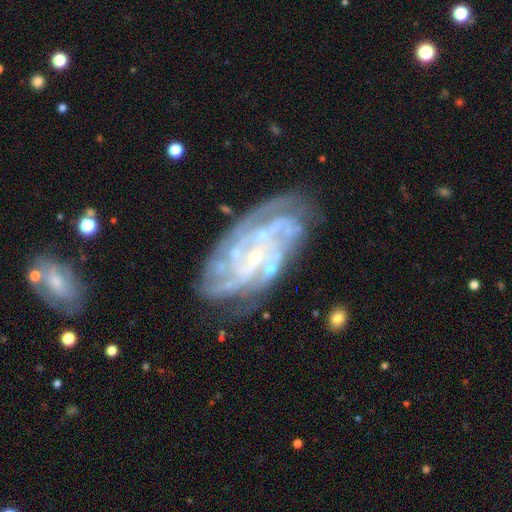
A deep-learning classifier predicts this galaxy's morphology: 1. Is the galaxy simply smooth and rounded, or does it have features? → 87% featured or disk, 6% smooth, 6% star or artifact.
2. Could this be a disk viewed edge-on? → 95% no, 5% yes.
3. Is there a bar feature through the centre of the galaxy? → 67% no, 25% weak, 8% strong.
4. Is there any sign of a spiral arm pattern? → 96% yes, 4% no.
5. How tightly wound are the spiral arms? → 67% tight, 27% medium, 6% loose.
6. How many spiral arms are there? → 28% can't tell, 25% 4, 16% 3, 14% more than 4, 11% 2, 7% 1.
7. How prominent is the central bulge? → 81% small, 12% moderate, 5% none, 1% large, 1% dominant.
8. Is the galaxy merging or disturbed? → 70% none, 18% minor disturbance, 8% major disturbance, 4% merger.